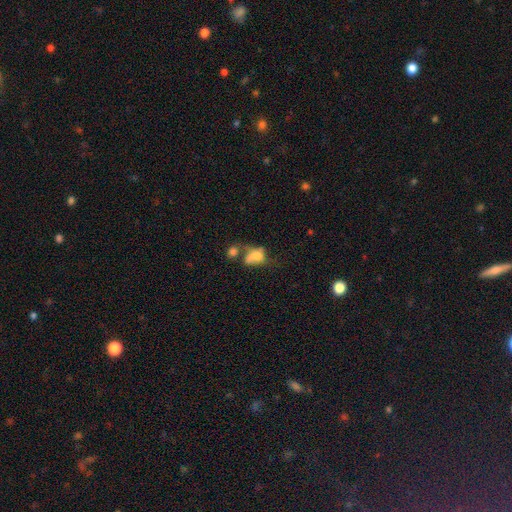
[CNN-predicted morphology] This appears to be a smooth galaxy with no disk features (61%) that is in between round and cigar-shaped (67%). Merging: merger (39%).